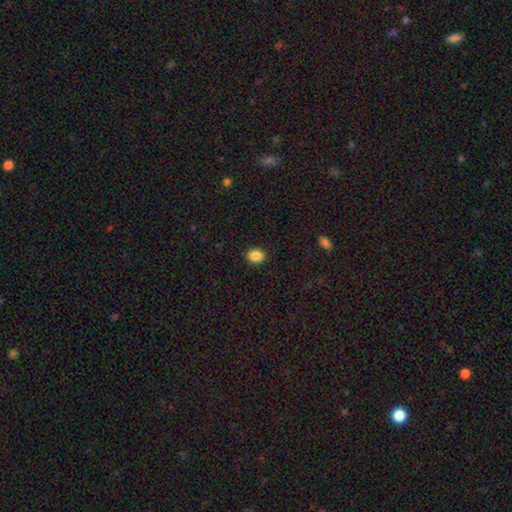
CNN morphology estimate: This is clearly a smooth galaxy (87%). How rounded: possibly round (59%). Merging: clearly none (91%).